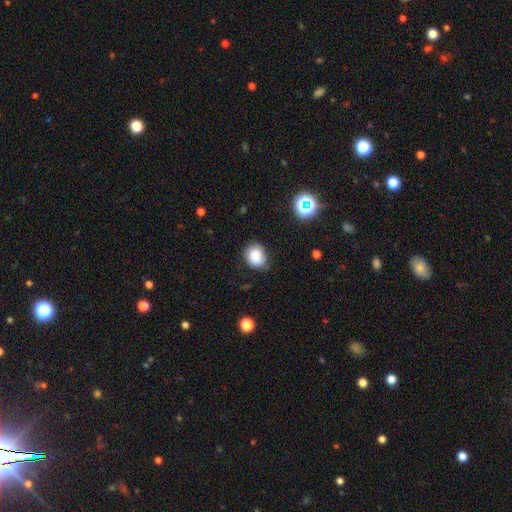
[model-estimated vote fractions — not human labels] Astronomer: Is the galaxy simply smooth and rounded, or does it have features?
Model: smooth — 82%.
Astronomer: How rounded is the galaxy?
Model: round — 54% (runner-up: in between, 45%).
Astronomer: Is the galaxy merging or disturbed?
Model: none — 74%.